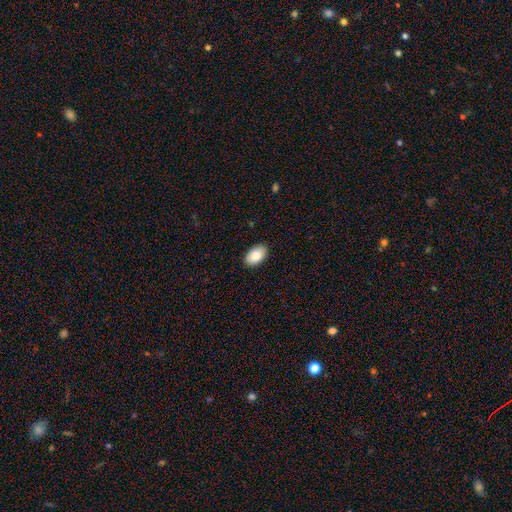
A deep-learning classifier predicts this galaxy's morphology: A smooth galaxy with no disk features (88%) that is in between round and cigar-shaped (93%).

Vote fractions:
- Smooth or featured? smooth: 88% / star or artifact: 7% / featured or disk: 5%
- How rounded? in between: 93% / round: 5% / cigar-shaped: 1%
- Merging? none: 89% / minor disturbance: 8% / major disturbance: 2% / merger: 1%